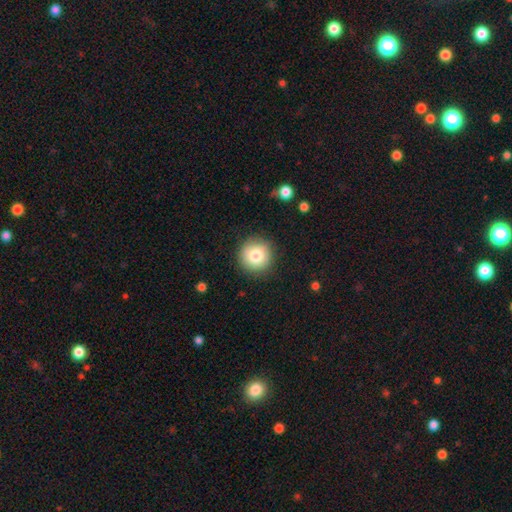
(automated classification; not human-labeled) Smooth or featured? Predicted: smooth (p=0.79). How rounded? Predicted: round (p=0.95). Merging? Predicted: none (p=0.88).